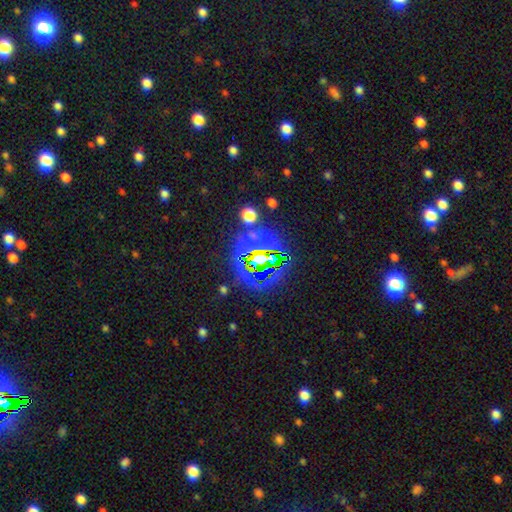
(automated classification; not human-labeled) Smooth or featured?
  - star or artifact: 77% *
  - smooth: 13%
  - featured or disk: 10%